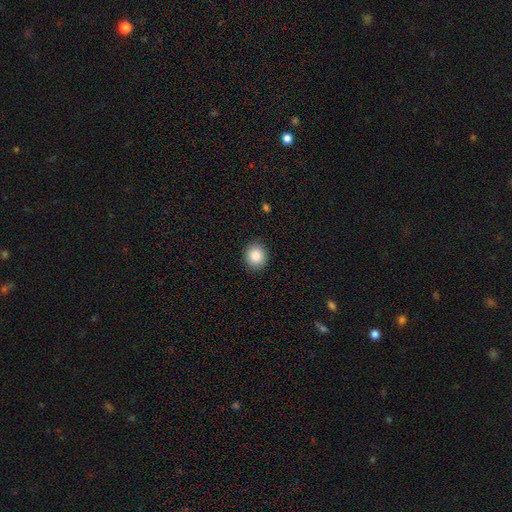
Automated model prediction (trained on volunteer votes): This is clearly a smooth galaxy (86%). How rounded: clearly round (83%). Merging: clearly none (91%).